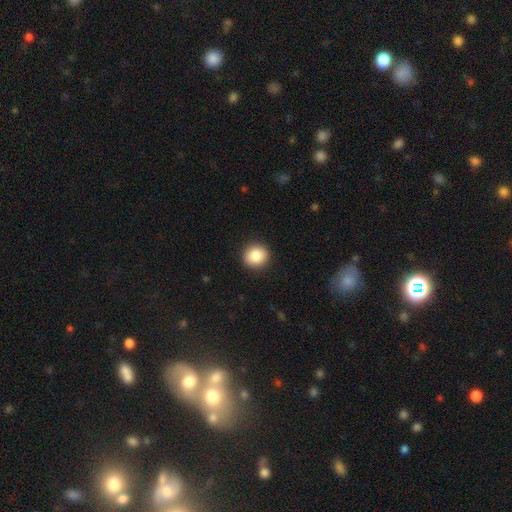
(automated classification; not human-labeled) Smooth or featured? Predicted: smooth (p=0.86). How rounded? Predicted: round (p=0.90). Merging? Predicted: none (p=0.92).